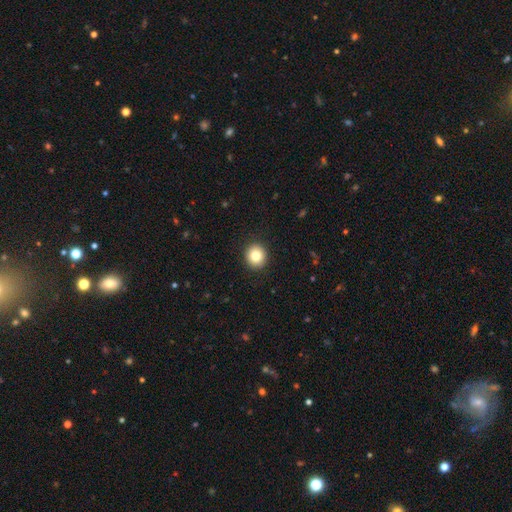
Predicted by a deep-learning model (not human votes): Smooth or featured? Predicted: smooth (p=0.81). How rounded? Predicted: round (p=0.89). Merging? Predicted: none (p=0.92).